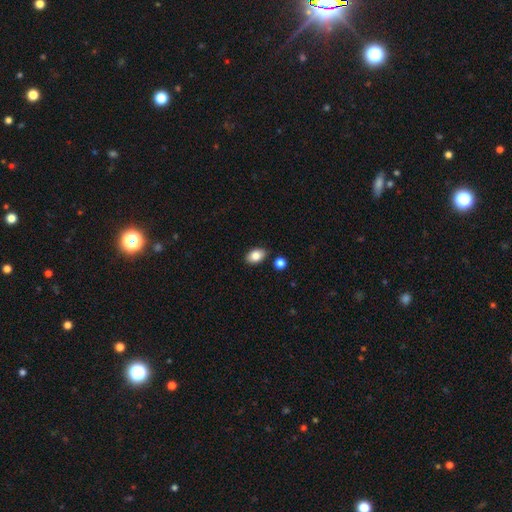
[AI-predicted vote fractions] smooth_or_featured: smooth (p=0.83) [alt: featured or disk p=0.09]
how_rounded: in between (p=0.85) [alt: round p=0.13]
merging: none (p=0.84) [alt: minor disturbance p=0.10]